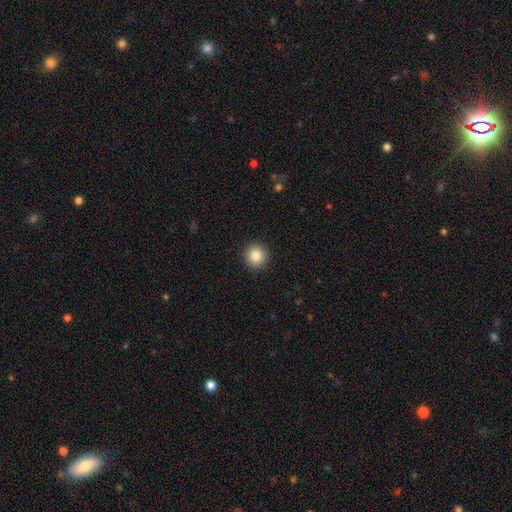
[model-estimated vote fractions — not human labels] Q: Smooth or featured?
A: smooth (84%); runner-up: star or artifact (10%)
Q: How rounded?
A: round (94%); runner-up: in between (5%)
Q: Merging?
A: none (93%); runner-up: minor disturbance (5%)